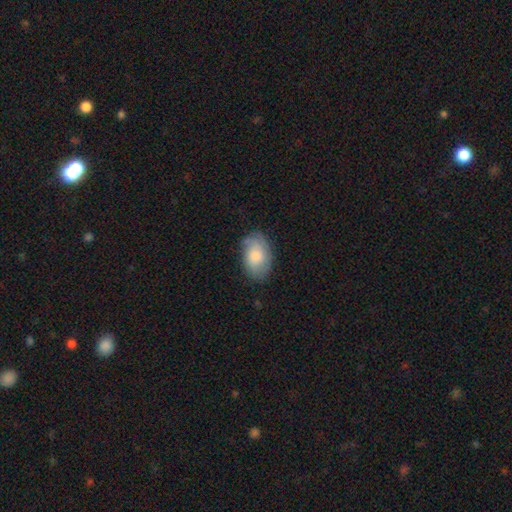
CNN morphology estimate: This appears to be a smooth galaxy with no disk features (67%) that is in between round and cigar-shaped (89%). Merging: none (71%).